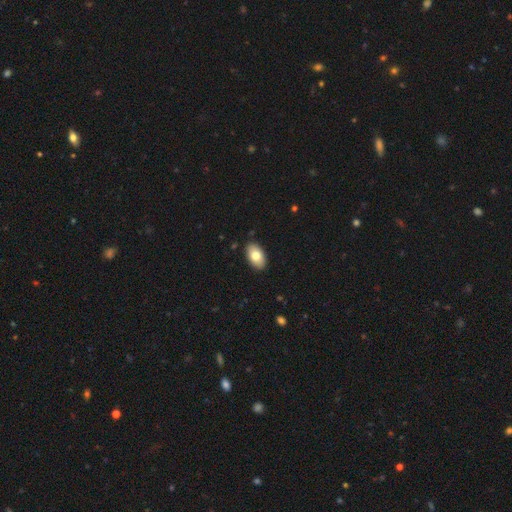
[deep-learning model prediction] Morphology: type=smooth (79%); roundness=in between (94%); merging=none (89%).